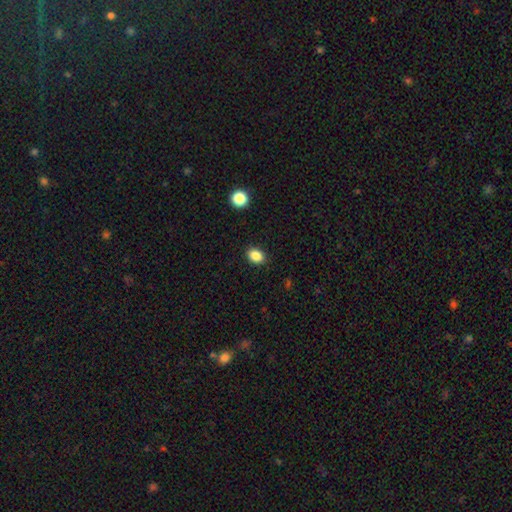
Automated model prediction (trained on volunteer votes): Smooth or featured?
  - smooth: 87% *
  - star or artifact: 10%
  - featured or disk: 4%
How rounded?
  - in between: 64% *
  - round: 35%
  - cigar-shaped: 1%
Merging?
  - none: 88% *
  - minor disturbance: 8%
  - major disturbance: 2%
  - merger: 1%